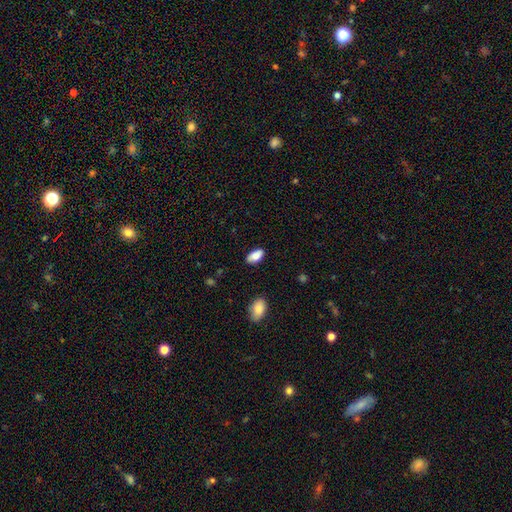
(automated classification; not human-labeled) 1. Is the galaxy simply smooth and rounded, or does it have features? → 84% smooth, 9% featured or disk, 7% star or artifact.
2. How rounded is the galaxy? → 92% in between, 5% cigar-shaped, 3% round.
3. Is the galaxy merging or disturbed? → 85% none, 11% minor disturbance, 2% major disturbance, 1% merger.